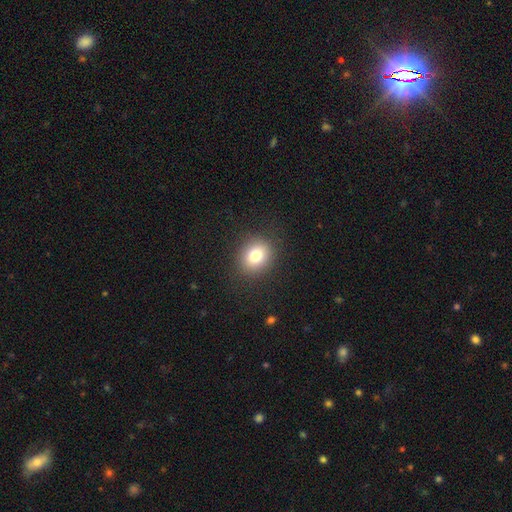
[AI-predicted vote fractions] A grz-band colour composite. It shows a smooth galaxy with no disk features (79%) that is round (66%). Merging: none (88%).